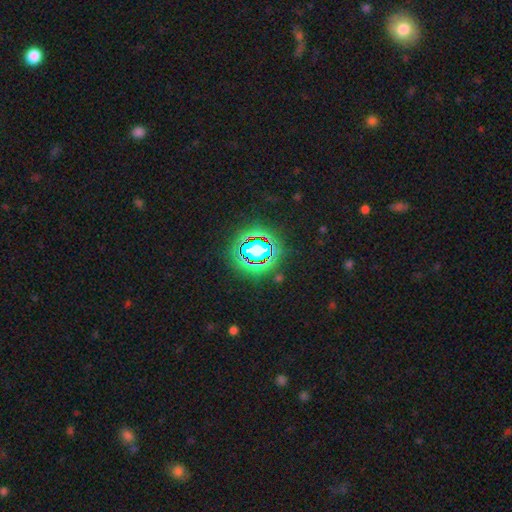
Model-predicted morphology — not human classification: Overall: star or artifact (80%).